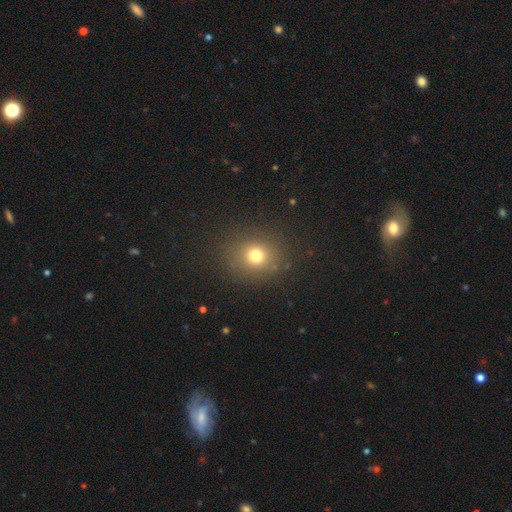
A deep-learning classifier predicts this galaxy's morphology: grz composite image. It shows a smooth galaxy with no disk features (73%) that is round (82%). Merging: none (87%).